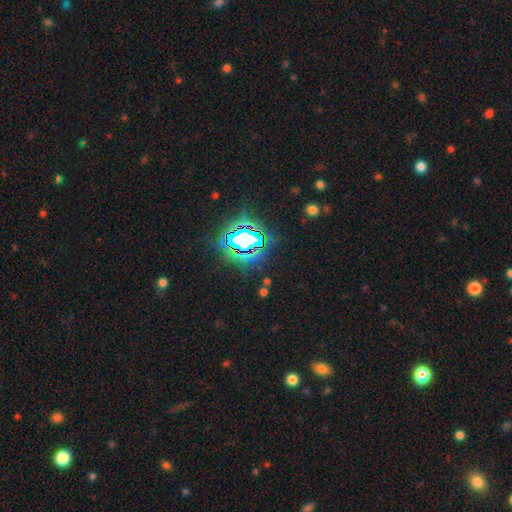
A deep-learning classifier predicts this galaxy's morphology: smooth_or_featured: star or artifact (p=0.84) [alt: smooth p=0.10]